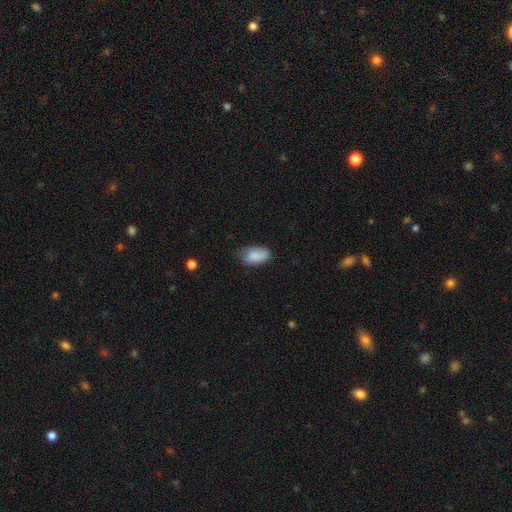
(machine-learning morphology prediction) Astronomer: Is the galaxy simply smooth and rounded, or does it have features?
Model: smooth — 85%.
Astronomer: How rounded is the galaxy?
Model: in between — 93%.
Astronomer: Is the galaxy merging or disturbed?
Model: none — 60%.